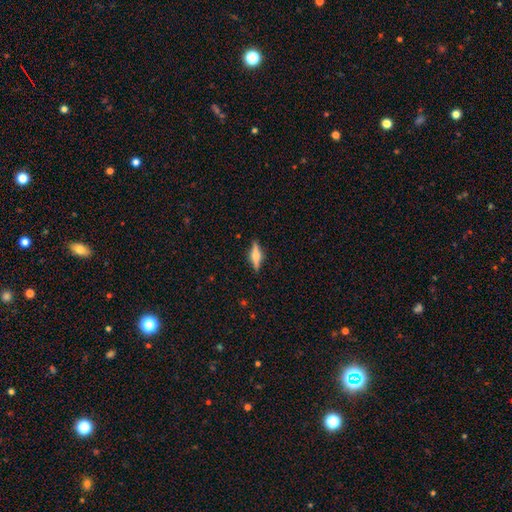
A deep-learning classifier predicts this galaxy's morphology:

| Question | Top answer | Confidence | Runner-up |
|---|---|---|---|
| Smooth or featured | featured or disk | 60% | smooth (33%) |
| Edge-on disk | yes | 96% | no (4%) |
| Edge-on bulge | rounded | 85% | boxy (12%) |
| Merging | none | 88% | minor disturbance (9%) |